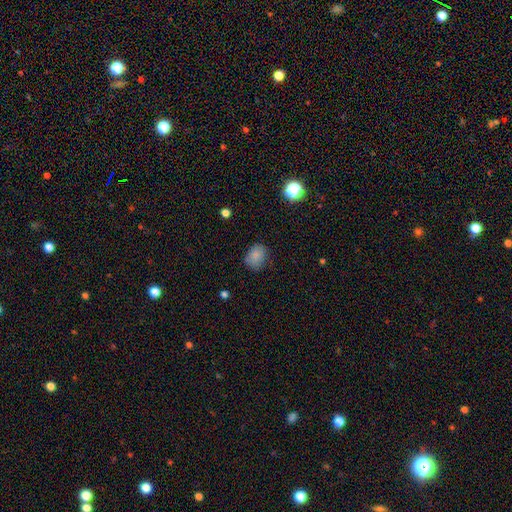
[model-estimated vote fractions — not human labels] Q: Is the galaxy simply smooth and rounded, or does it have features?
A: smooth — 83%.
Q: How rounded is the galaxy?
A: in between — 57%.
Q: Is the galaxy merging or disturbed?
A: none — 74%.